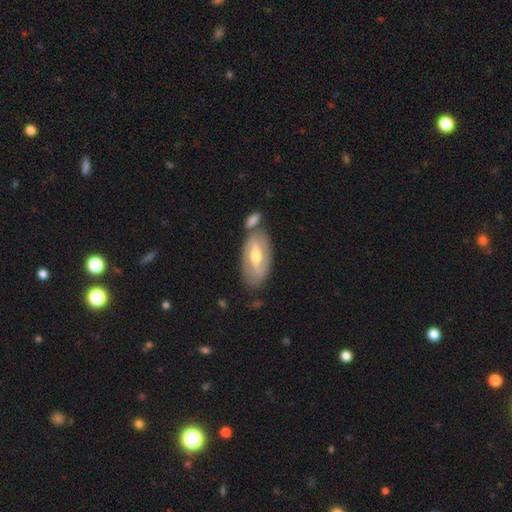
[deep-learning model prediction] Smooth or featured: featured or disk — 70% (smooth — 25%)
Edge-on disk: no — 87% (yes — 13%)
Bar: strong — 41% (weak — 39%)
Spiral arms: yes — 67% (no — 33%)
Bulge size: moderate — 71% (small — 22%)
Merging: none — 62% (merger — 17%)